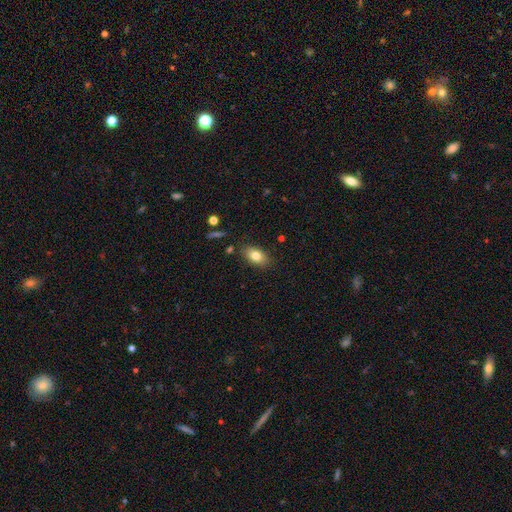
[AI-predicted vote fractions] This is likely a smooth galaxy (80%). How rounded: clearly in between (89%). Merging: clearly none (84%).